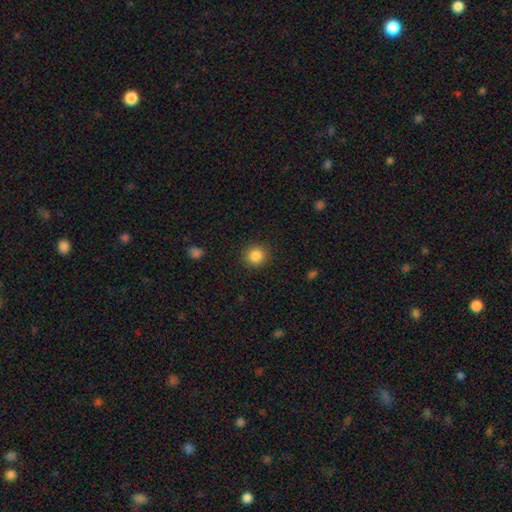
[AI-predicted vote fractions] Smooth or featured: smooth — 86% (star or artifact — 10%)
How rounded: round — 91% (in between — 8%)
Merging: none — 89% (minor disturbance — 7%)